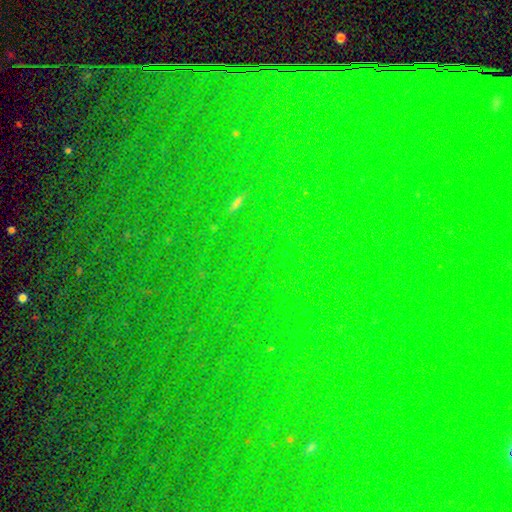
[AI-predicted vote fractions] A star or artifact, not a galaxy (81%).

Vote fractions:
- Smooth or featured? star or artifact: 81% / smooth: 11% / featured or disk: 8%